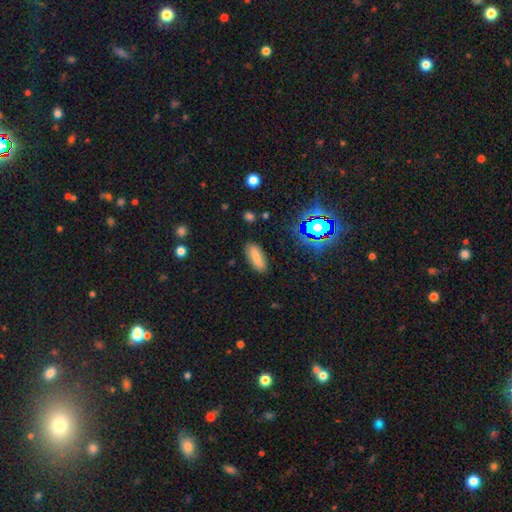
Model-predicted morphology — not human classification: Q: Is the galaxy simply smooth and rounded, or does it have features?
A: smooth — 75%.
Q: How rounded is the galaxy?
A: in between — 76%.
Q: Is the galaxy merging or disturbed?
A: none — 87%.